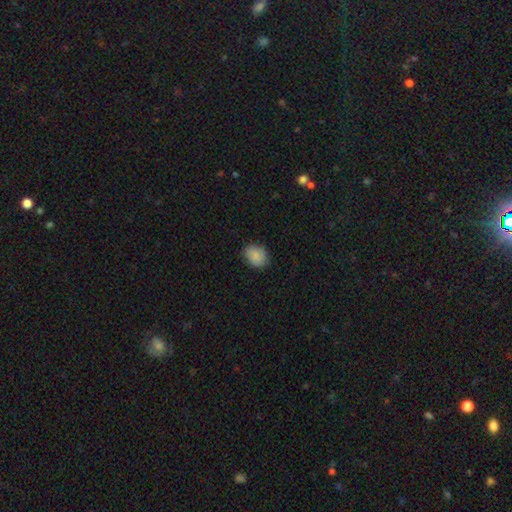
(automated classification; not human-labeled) Smooth or featured?
  - smooth: 86% *
  - star or artifact: 8%
  - featured or disk: 6%
How rounded?
  - in between: 58% *
  - round: 41%
  - cigar-shaped: 1%
Merging?
  - none: 82% *
  - minor disturbance: 14%
  - major disturbance: 3%
  - merger: 1%